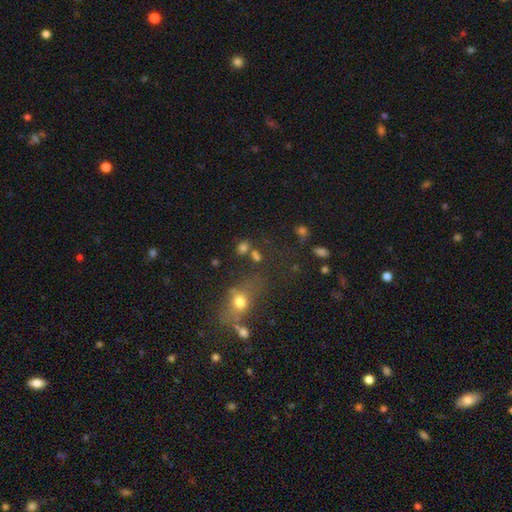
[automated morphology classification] Q: Smooth or featured?
A: smooth (66%); runner-up: star or artifact (23%)
Q: How rounded?
A: round (48%); runner-up: in between (47%)
Q: Merging?
A: none (55%); runner-up: merger (22%)